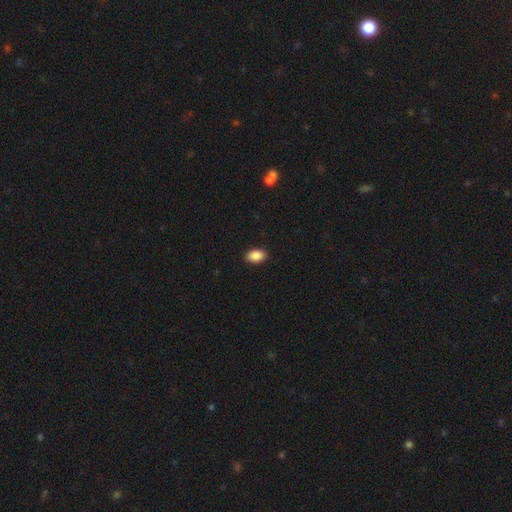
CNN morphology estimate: This is clearly a smooth galaxy (89%). How rounded: clearly in between (87%). Merging: clearly none (90%).